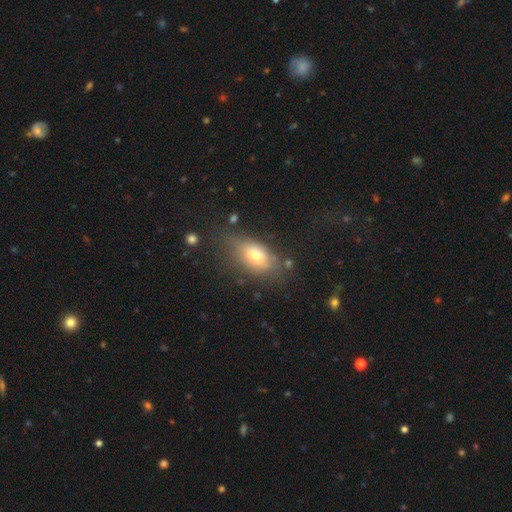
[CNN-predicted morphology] A smooth galaxy with no disk features (70%) that is in between round and cigar-shaped (85%). Merging: none (63%).